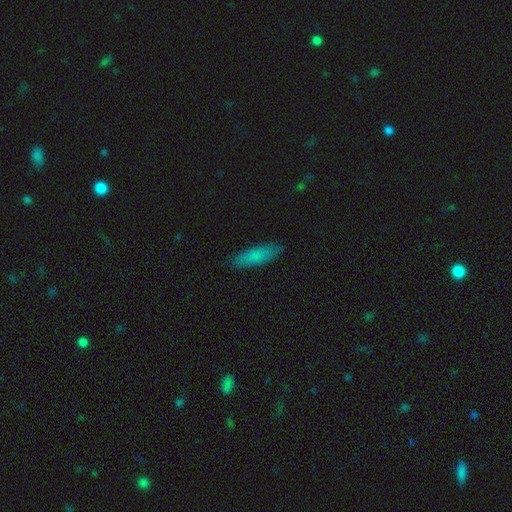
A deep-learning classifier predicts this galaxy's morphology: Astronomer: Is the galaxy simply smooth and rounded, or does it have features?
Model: smooth — 81%.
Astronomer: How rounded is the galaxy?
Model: cigar-shaped — 59% (runner-up: in between, 39%).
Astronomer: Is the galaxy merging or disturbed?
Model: none — 87%.